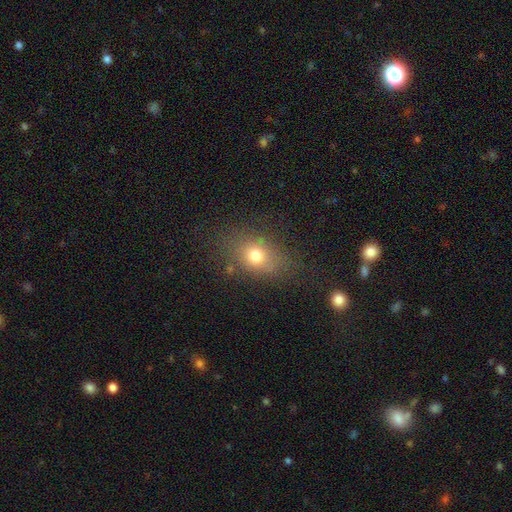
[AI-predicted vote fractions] smooth_or_featured: smooth (p=0.75) [alt: star or artifact p=0.13]
how_rounded: in between (p=0.56) [alt: round p=0.42]
merging: none (p=0.73) [alt: minor disturbance p=0.17]